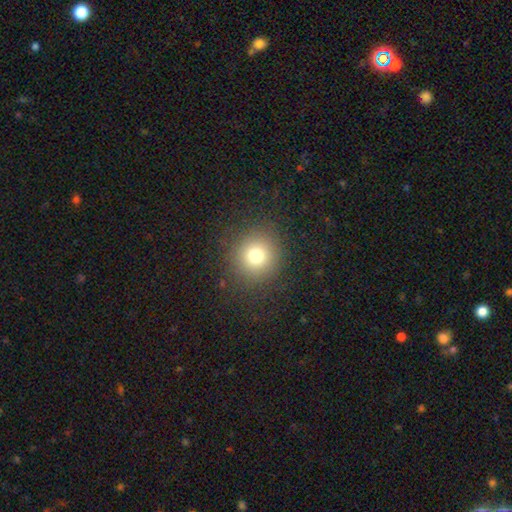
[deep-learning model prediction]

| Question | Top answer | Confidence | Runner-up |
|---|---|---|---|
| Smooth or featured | smooth | 75% | star or artifact (15%) |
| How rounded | round | 93% | in between (6%) |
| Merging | none | 87% | minor disturbance (7%) |